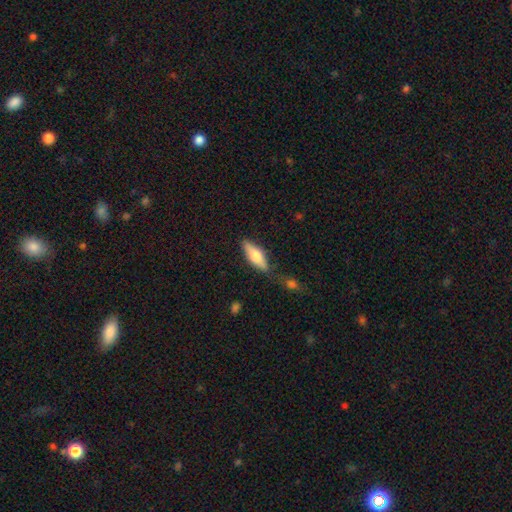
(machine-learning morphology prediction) Smooth or featured? smooth (59%)
How rounded? in between (53%)
Merging? none (73%)